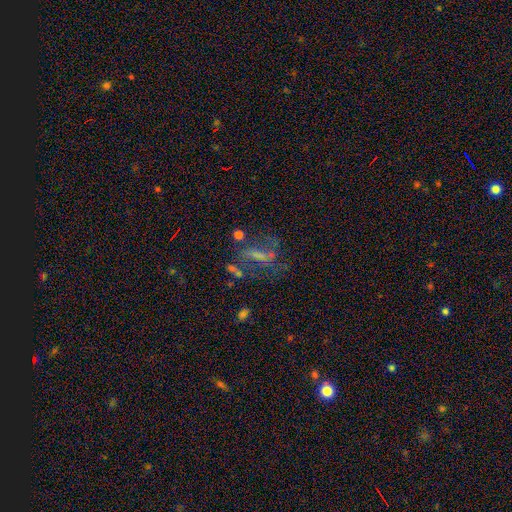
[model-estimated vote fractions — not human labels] A featured or disk galaxy (49%). Merging: none (48%).